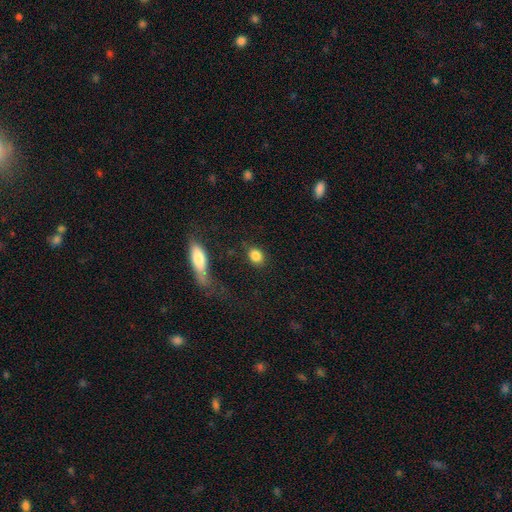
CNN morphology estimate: The model was most divided on "how rounded": round: 50%, in between: 47%, cigar-shaped: 3%. More confident: smooth or featured — smooth (86%); merging — none (84%).